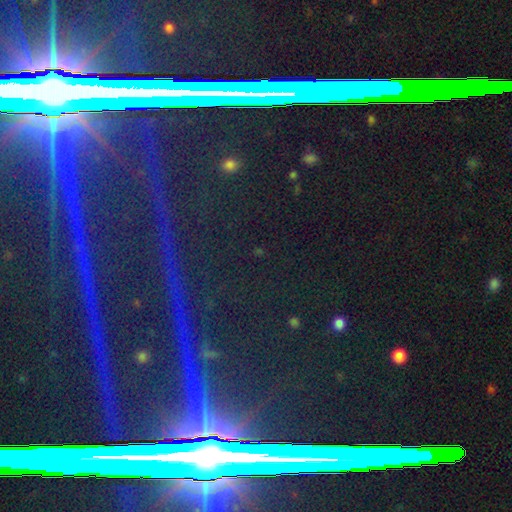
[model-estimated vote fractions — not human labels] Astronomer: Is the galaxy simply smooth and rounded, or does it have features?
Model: star or artifact — 85%.